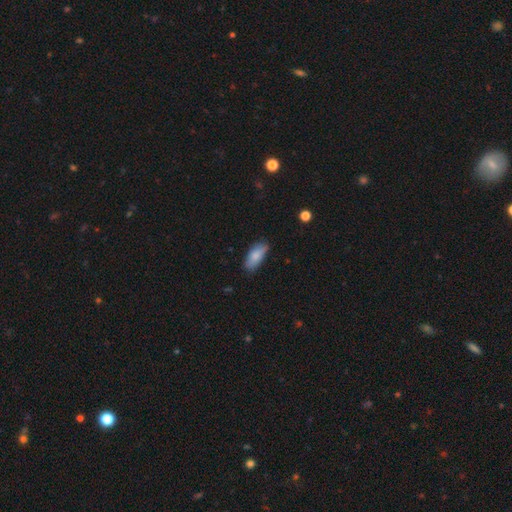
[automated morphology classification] smooth 84%, featured or disk 10%, star or artifact 6%. Down the decision tree: how rounded — in between (81%); merging — none (79%).